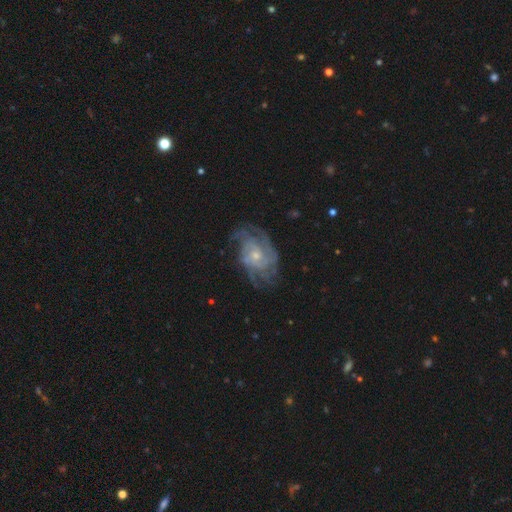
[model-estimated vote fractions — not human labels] A featured or disk galaxy (86%) with no bar (70%), tight (54%) spiral arms (95%) and a small central bulge (61%).

Vote fractions:
- Smooth or featured? featured or disk: 86% / smooth: 8% / star or artifact: 6%
- Edge-on disk? no: 97% / yes: 3%
- Bar? no: 70% / weak: 26% / strong: 4%
- Spiral arms? yes: 95% / no: 5%
- Spiral winding? tight: 54% / medium: 36% / loose: 10%
- Spiral arm count? can't tell: 33% / 4: 21% / 3: 18% / 2: 13% / more than 4: 8% / 1: 6%
- Bulge size? small: 61% / moderate: 34% / none: 3% / large: 2% / dominant: 1%
- Merging? none: 67% / minor disturbance: 20% / major disturbance: 12% / merger: 1%